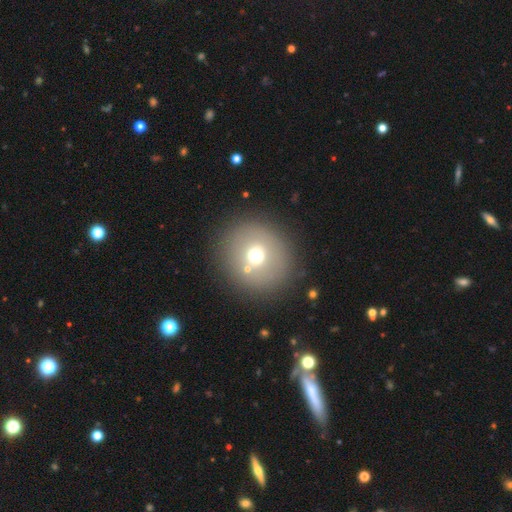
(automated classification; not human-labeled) smooth-or-featured: smooth: 64% | featured or disk: 20% | star or artifact: 15%
  how-rounded: round: 90% | in between: 9% | cigar-shaped: 1%
  merging: none: 85% | minor disturbance: 7% | major disturbance: 4% | merger: 3%